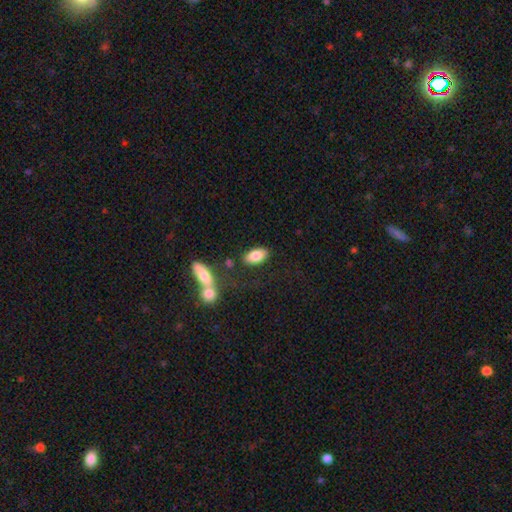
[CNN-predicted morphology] smooth 83%, featured or disk 10%, star or artifact 7%. Down the decision tree: how rounded — in between (91%); merging — none (75%).